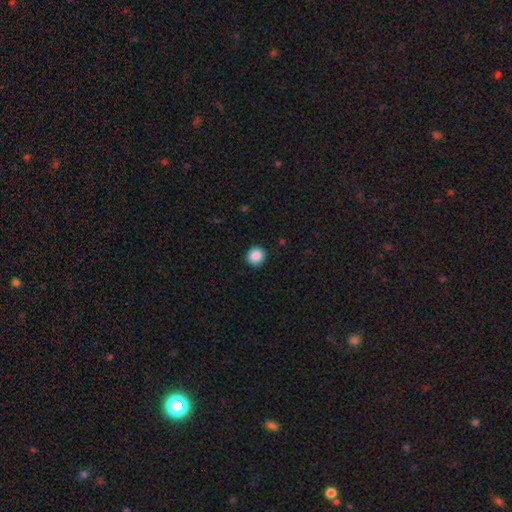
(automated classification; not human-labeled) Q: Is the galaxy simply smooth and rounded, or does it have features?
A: smooth — 89%.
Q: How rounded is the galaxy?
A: round — 88%.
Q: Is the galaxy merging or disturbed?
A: none — 91%.